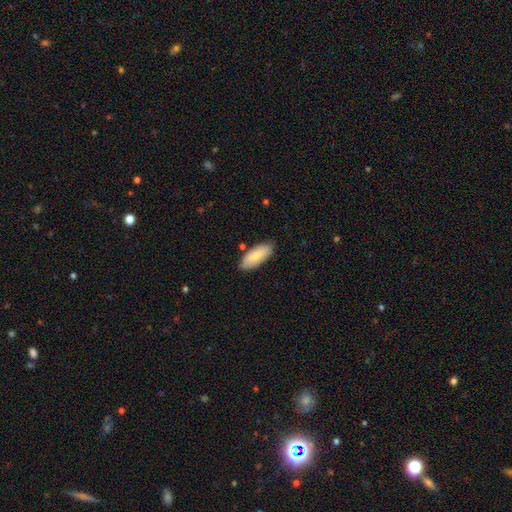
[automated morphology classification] smooth 79%, featured or disk 15%, star or artifact 6%. Down the decision tree: how rounded — in between (84%); merging — none (81%).